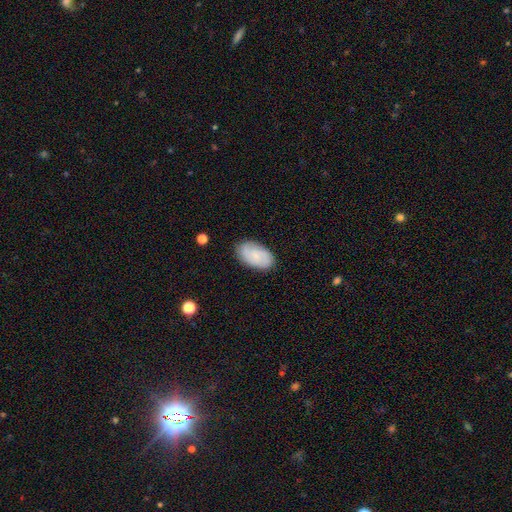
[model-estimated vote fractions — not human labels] Overall: smooth (56%; featured or disk 37%). How rounded: in between (93%). Merging: none (83%).